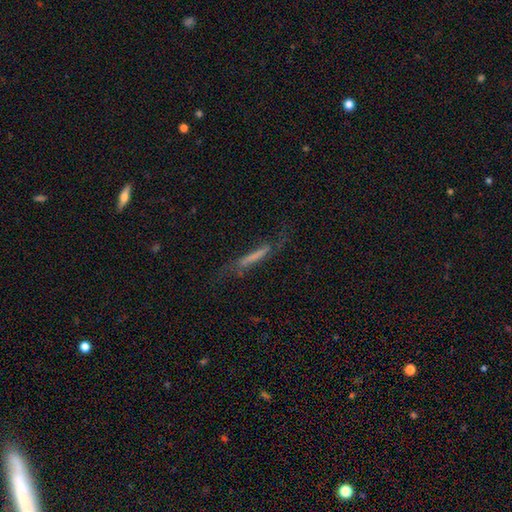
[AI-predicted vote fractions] Morphology: type=featured or disk (49%); merging=none (47%).